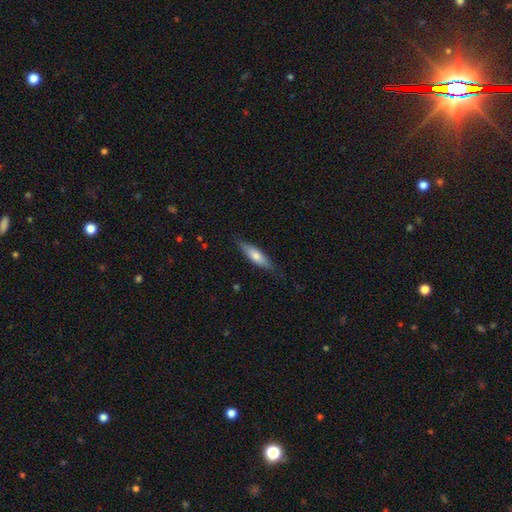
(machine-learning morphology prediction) Q: Smooth or featured?
A: smooth (61%); runner-up: featured or disk (33%)
Q: How rounded?
A: cigar-shaped (67%); runner-up: in between (31%)
Q: Merging?
A: none (82%); runner-up: minor disturbance (14%)